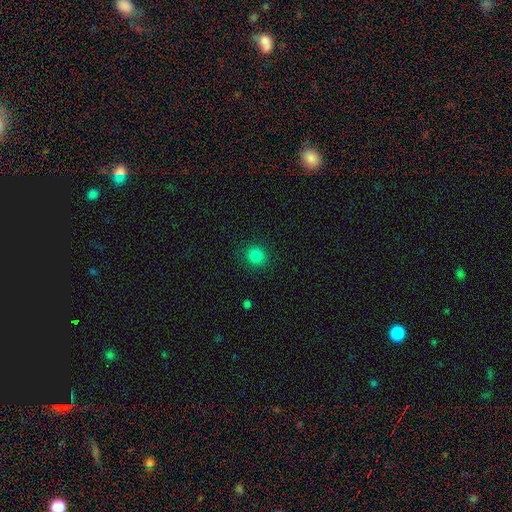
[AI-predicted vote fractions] A smooth galaxy with no disk features (84%) that is round (87%).

Vote fractions:
- Smooth or featured? smooth: 84% / star or artifact: 12% / featured or disk: 3%
- How rounded? round: 87% / in between: 12% / cigar-shaped: 1%
- Merging? none: 89% / minor disturbance: 7% / major disturbance: 3% / merger: 1%